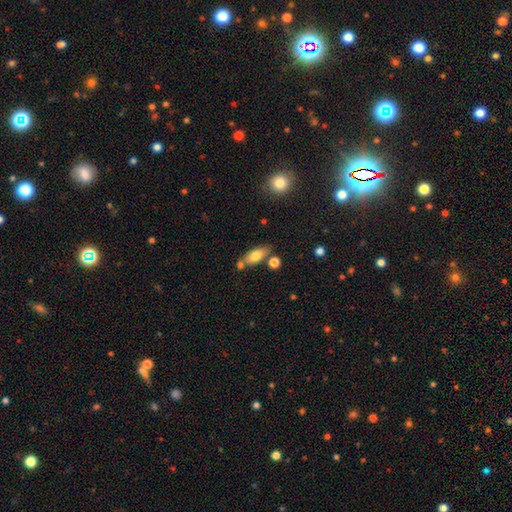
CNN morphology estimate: A smooth galaxy with no disk features (71%) that is in between round and cigar-shaped (74%).

Vote fractions:
- Smooth or featured? smooth: 71% / featured or disk: 21% / star or artifact: 8%
- How rounded? in between: 74% / cigar-shaped: 22% / round: 4%
- Merging? none: 65% / merger: 16% / minor disturbance: 15% / major disturbance: 4%